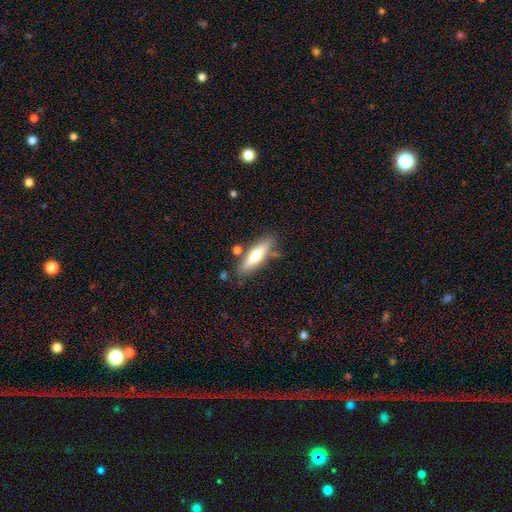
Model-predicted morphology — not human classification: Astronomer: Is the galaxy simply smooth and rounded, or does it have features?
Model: smooth — 52% (runner-up: featured or disk, 42%).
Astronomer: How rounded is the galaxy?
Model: cigar-shaped — 63%.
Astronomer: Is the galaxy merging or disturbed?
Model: none — 76%.